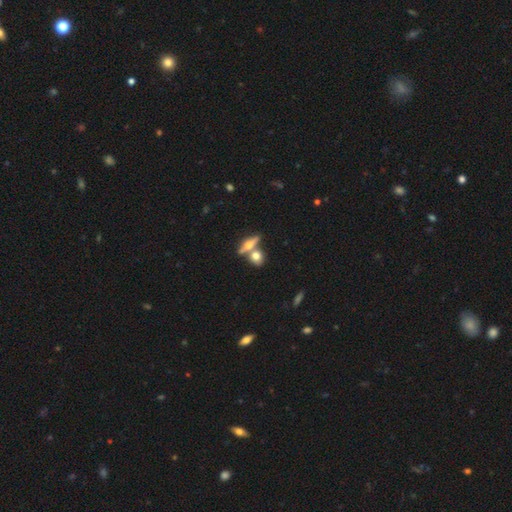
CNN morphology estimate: This is possibly a smooth galaxy (57%). How rounded: possibly round (45%). Merging: possibly none (49%).